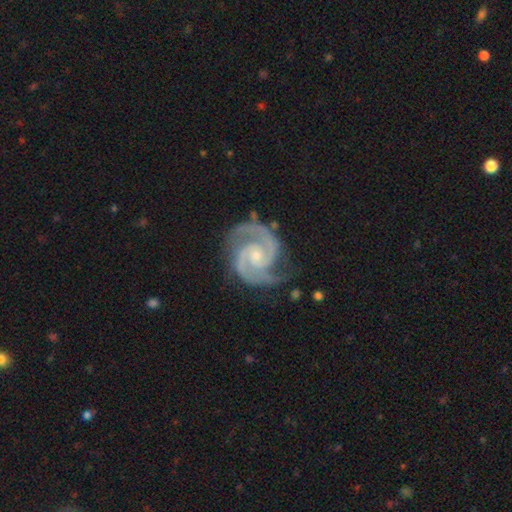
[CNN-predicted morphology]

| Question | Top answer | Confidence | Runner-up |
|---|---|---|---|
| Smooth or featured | featured or disk | 94% | star or artifact (4%) |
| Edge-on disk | no | 98% | yes (2%) |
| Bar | no | 58% | weak (32%) |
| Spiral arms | yes | 99% | no (1%) |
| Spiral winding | medium | 50% | tight (45%) |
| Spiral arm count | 2 | 92% | 3 (4%) |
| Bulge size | small | 65% | moderate (30%) |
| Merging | none | 77% | minor disturbance (17%) |